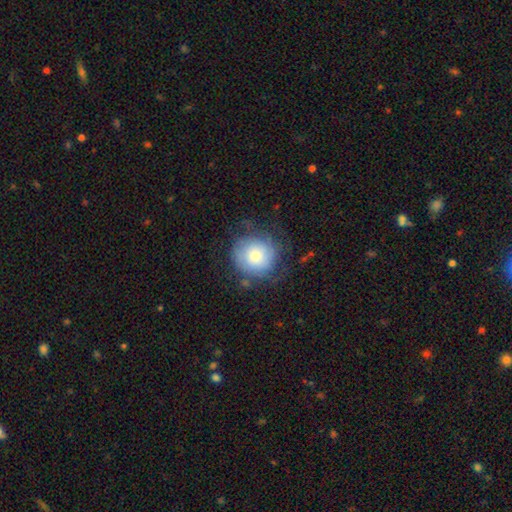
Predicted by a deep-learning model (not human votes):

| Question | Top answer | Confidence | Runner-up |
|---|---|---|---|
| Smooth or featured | smooth | 61% | featured or disk (30%) |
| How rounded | round | 90% | in between (9%) |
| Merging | none | 63% | minor disturbance (23%) |